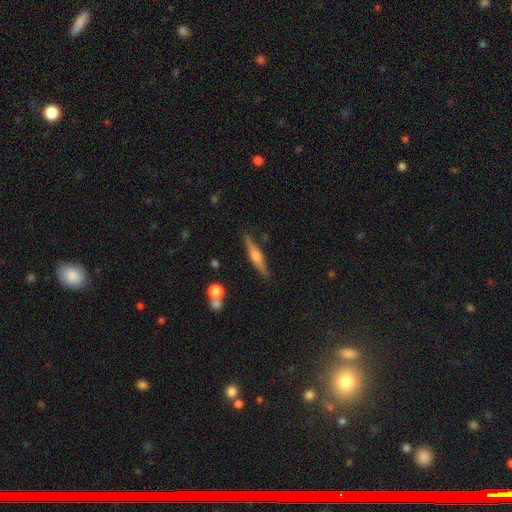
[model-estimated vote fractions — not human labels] Smooth or featured: featured or disk — 64% (smooth — 29%)
Edge-on disk: yes — 97% (no — 3%)
Edge-on bulge: rounded — 84% (boxy — 11%)
Merging: none — 87% (minor disturbance — 9%)